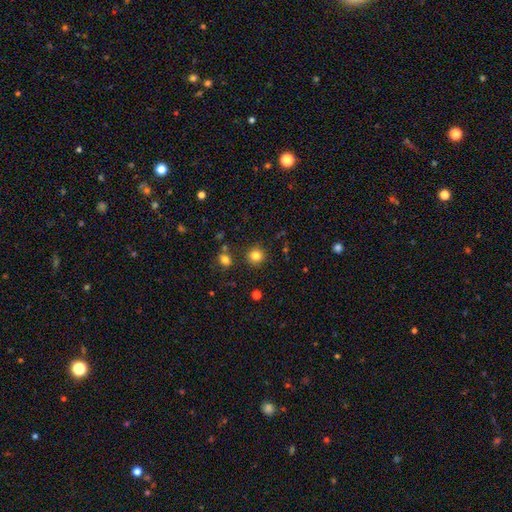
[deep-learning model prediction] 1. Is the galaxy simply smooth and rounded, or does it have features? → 81% smooth, 13% star or artifact, 6% featured or disk.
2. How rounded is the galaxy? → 94% round, 6% in between, 1% cigar-shaped.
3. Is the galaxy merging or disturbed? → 88% none, 6% minor disturbance, 3% merger, 2% major disturbance.